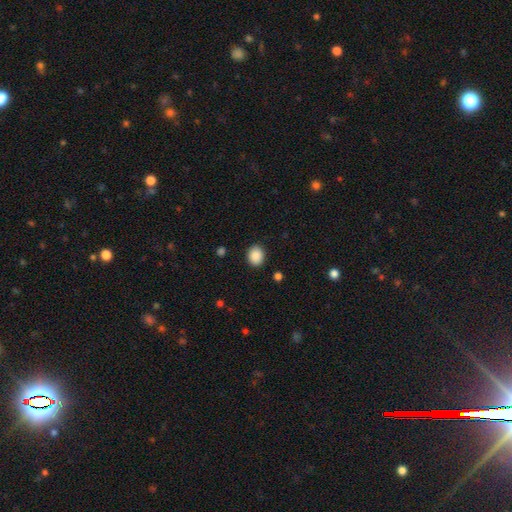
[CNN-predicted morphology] type=smooth (89%); roundness=round (56%); merging=none (88%).